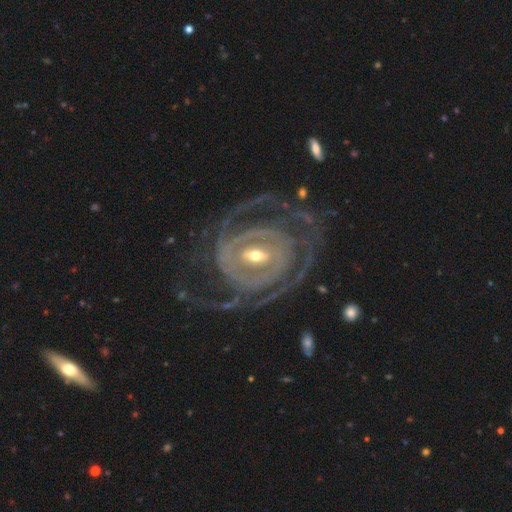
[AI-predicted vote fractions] Morphology: type=featured or disk (91%); edge-on=no (97%); bar=weak (40%); spiral arms=yes (93%); winding=tight (61%); arm count=2 (31%); bulge=moderate (49%); merging=none (61%).